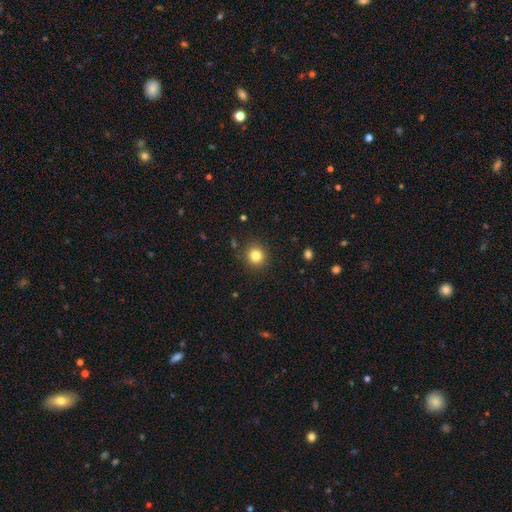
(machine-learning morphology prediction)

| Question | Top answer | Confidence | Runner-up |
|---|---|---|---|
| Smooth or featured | smooth | 81% | star or artifact (13%) |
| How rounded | round | 92% | in between (7%) |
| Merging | none | 89% | minor disturbance (7%) |